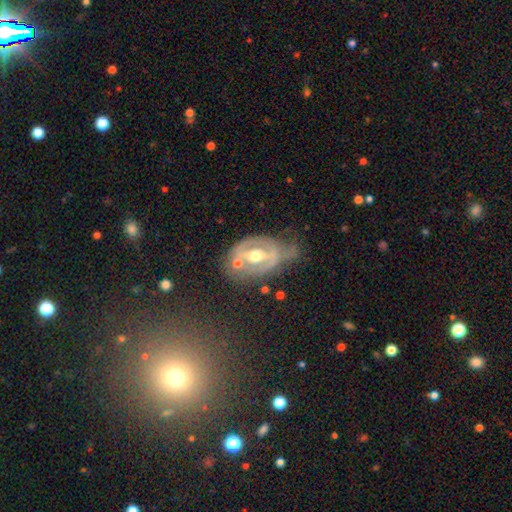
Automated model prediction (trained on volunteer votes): Overall: featured or disk (77%). Edge-on disk: no (94%). Bar: weak (39%; no 33%). Spiral arms: yes (57%; no 43%). Bulge size: moderate (74%). Merging: none (41%; minor disturbance 30%).